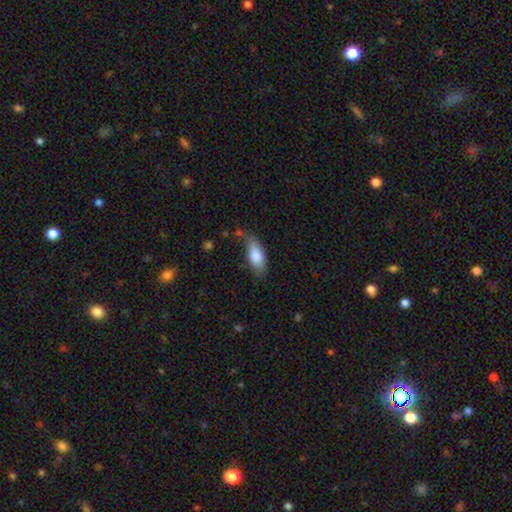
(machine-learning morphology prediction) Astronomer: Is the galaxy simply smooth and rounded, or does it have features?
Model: smooth — 81%.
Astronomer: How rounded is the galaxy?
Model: in between — 81%.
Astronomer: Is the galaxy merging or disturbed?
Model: none — 58%.